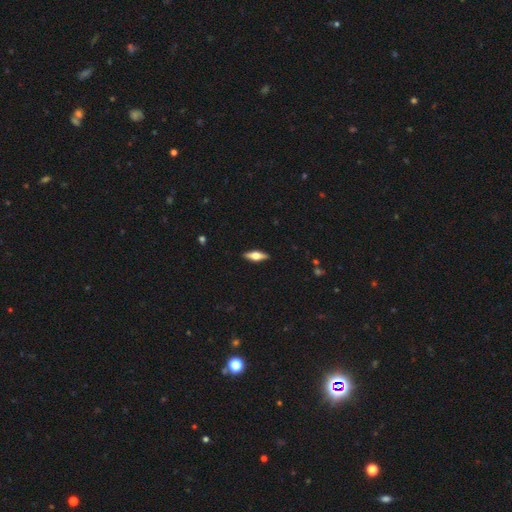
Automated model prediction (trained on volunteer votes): Morphology: type=smooth (47%, tied with featured or disk); merging=none (90%).